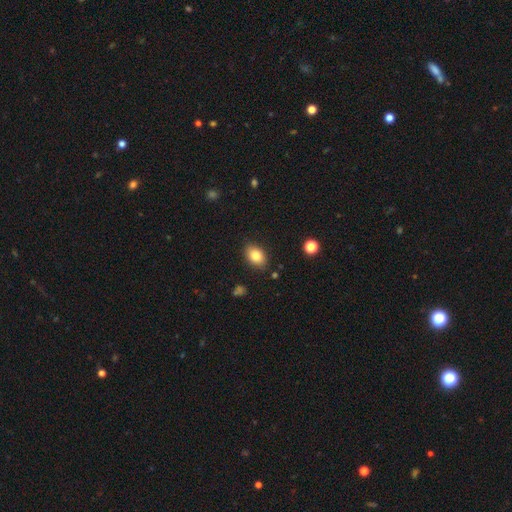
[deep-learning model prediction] Morphology: type=smooth (83%); roundness=in between (79%); merging=none (84%).